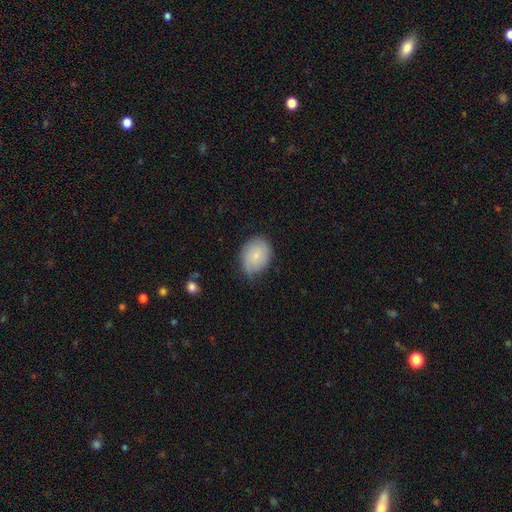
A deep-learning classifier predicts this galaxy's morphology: smooth_or_featured: smooth (p=0.70) [alt: featured or disk p=0.23]
how_rounded: in between (p=0.67) [alt: round p=0.32]
merging: none (p=0.66) [alt: minor disturbance p=0.28]